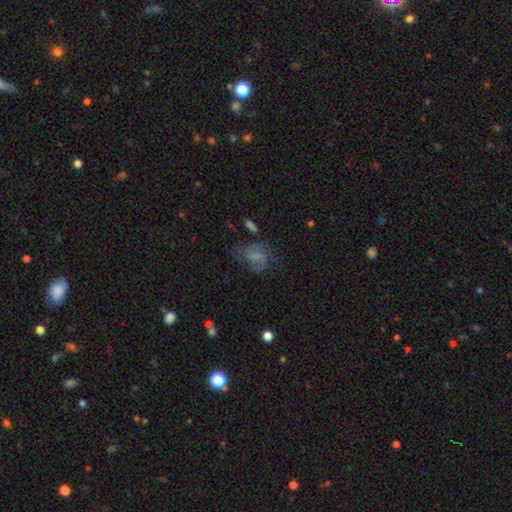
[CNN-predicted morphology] Smooth or featured? featured or disk (47%)
Merging? none (51%)